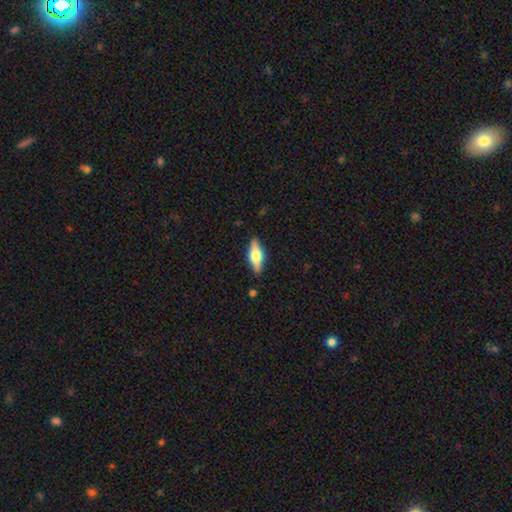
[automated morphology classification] featured or disk 53%, smooth 41%, star or artifact 6%. Down the decision tree: edge-on disk — yes (93%); merging — none (87%).